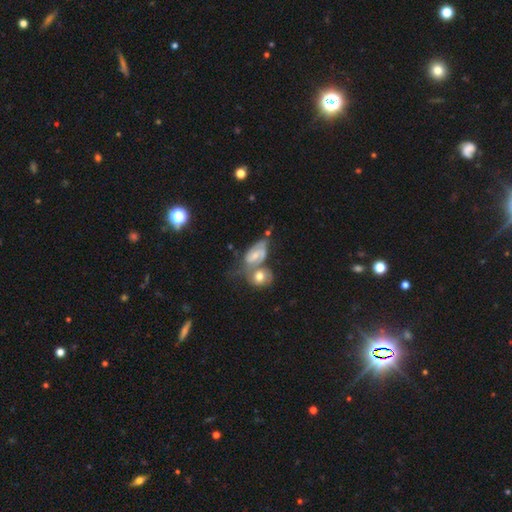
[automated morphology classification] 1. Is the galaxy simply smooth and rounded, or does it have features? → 59% featured or disk, 32% smooth, 9% star or artifact.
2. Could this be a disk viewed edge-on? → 94% no, 6% yes.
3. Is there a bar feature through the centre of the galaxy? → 42% no (tied), 42% weak (tied), 16% strong.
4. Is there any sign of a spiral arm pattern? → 76% yes, 24% no.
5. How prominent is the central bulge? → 43% moderate, 42% small, 8% none, 5% large, 2% dominant.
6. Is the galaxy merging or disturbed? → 50% merger, 23% none, 14% minor disturbance, 12% major disturbance.